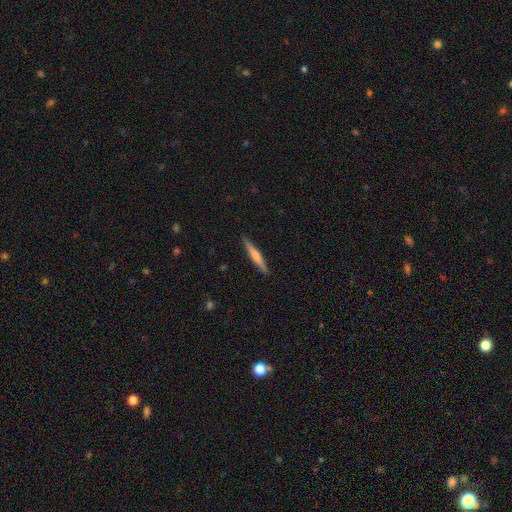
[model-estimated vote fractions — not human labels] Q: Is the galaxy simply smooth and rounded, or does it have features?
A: smooth — 52%.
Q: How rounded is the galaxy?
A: cigar-shaped — 94%.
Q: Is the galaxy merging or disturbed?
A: none — 90%.